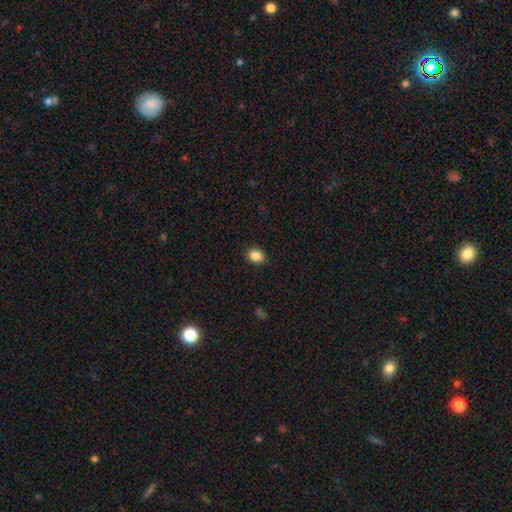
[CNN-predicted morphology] The model was most divided on "how rounded": in between: 56%, round: 43%, cigar-shaped: 1%. More confident: merging — none (89%); smooth or featured — smooth (87%).